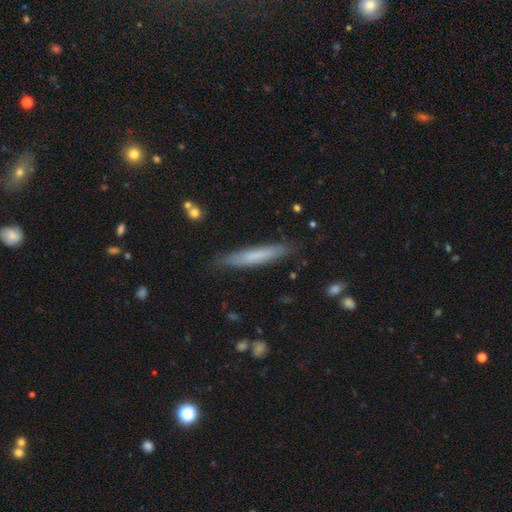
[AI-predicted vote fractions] This is likely a smooth galaxy (68%). How rounded: clearly cigar-shaped (93%). Merging: clearly none (85%).